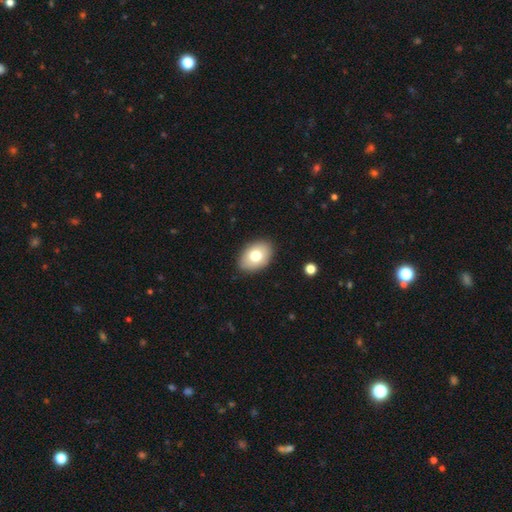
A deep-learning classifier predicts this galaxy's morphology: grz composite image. It shows a smooth galaxy with no disk features (75%) that is in between round and cigar-shaped (84%). Merging: none (88%).